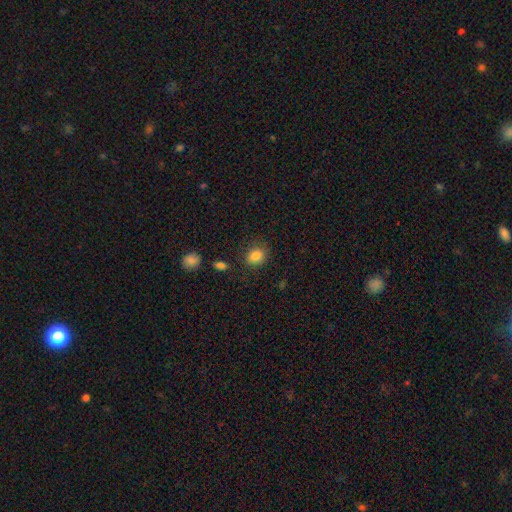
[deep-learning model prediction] A smooth galaxy with no disk features (84%) that is round (50%).

Vote fractions:
- Smooth or featured? smooth: 84% / star or artifact: 10% / featured or disk: 6%
- How rounded? round: 50% / in between: 49% / cigar-shaped: 1%
- Merging? none: 82% / minor disturbance: 12% / major disturbance: 4% / merger: 3%